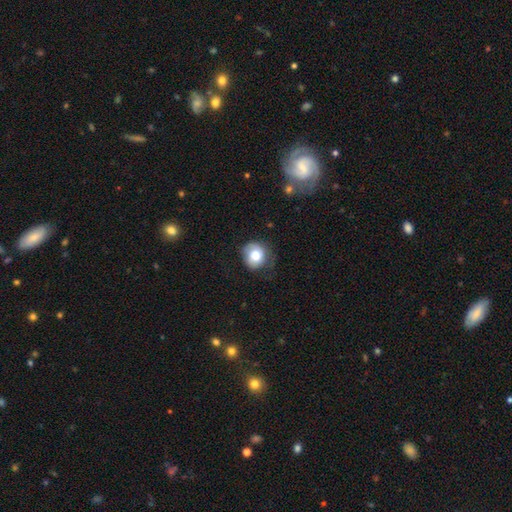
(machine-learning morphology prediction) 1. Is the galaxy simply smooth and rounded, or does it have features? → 74% smooth, 17% featured or disk, 9% star or artifact.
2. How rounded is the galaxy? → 83% round, 16% in between, 1% cigar-shaped.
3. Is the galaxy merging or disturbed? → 59% none, 28% minor disturbance, 12% major disturbance, 2% merger.